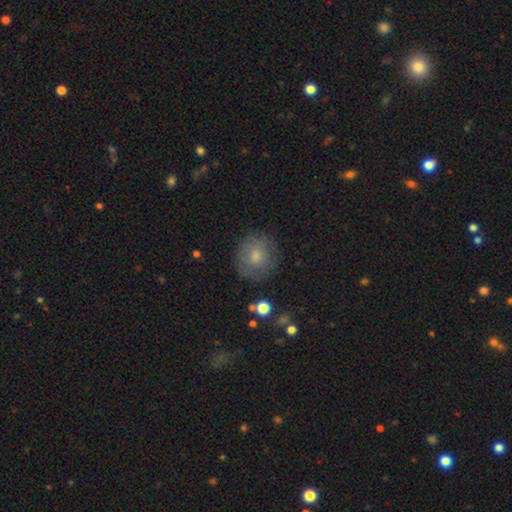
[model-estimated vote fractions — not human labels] This is likely a smooth galaxy (76%). How rounded: clearly round (84%). Merging: likely none (80%).